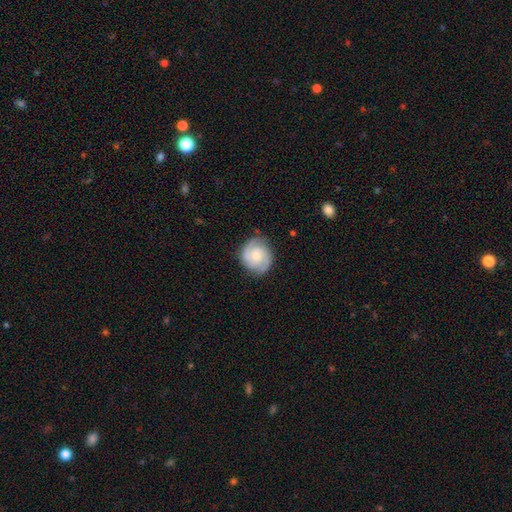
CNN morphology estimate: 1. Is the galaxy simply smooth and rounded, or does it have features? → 77% featured or disk, 18% smooth, 6% star or artifact.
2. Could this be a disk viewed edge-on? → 98% no, 2% yes.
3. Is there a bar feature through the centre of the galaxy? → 63% no, 32% weak, 5% strong.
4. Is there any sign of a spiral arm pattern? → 96% yes, 4% no.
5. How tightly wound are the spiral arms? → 54% tight, 38% medium, 8% loose.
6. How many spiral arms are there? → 83% 2, 7% can't tell, 6% 3, 2% 1, 1% 4, 1% more than 4.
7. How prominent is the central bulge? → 47% moderate, 42% small, 5% none, 4% large, 1% dominant.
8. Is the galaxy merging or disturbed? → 82% none, 13% minor disturbance, 3% major disturbance, 1% merger.